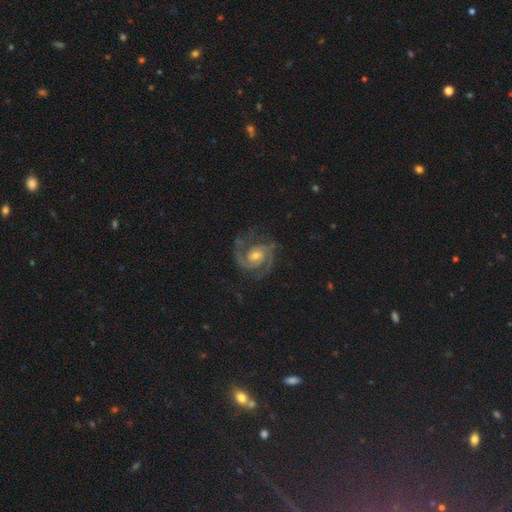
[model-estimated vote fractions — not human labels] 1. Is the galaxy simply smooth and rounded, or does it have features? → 92% featured or disk, 5% star or artifact, 3% smooth.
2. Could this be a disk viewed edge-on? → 98% no, 2% yes.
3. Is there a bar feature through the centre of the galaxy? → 51% no, 39% weak, 10% strong.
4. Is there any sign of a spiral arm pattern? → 99% yes, 1% no.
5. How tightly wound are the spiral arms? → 47% tight, 46% medium, 7% loose.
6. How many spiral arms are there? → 77% 2, 13% 3, 4% can't tell, 2% 4, 2% 1, 2% more than 4.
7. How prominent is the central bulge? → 54% moderate, 40% small, 3% large, 2% none, 1% dominant.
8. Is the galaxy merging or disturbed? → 76% none, 16% minor disturbance, 7% major disturbance, 1% merger.